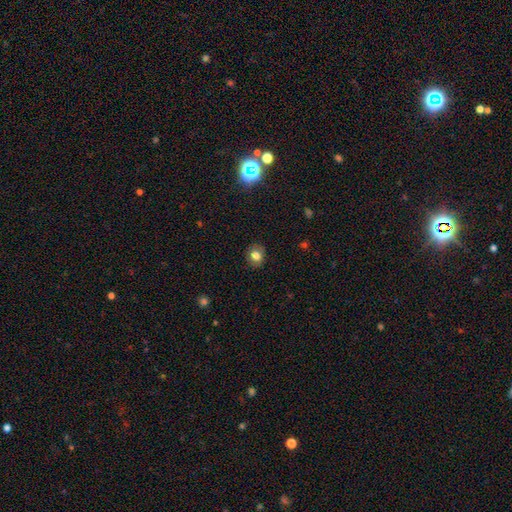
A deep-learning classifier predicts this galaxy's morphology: smooth-or-featured: smooth: 79% | star or artifact: 11% | featured or disk: 10%
  how-rounded: round: 65% | in between: 34% | cigar-shaped: 1%
  merging: none: 86% | minor disturbance: 10% | major disturbance: 3% | merger: 1%